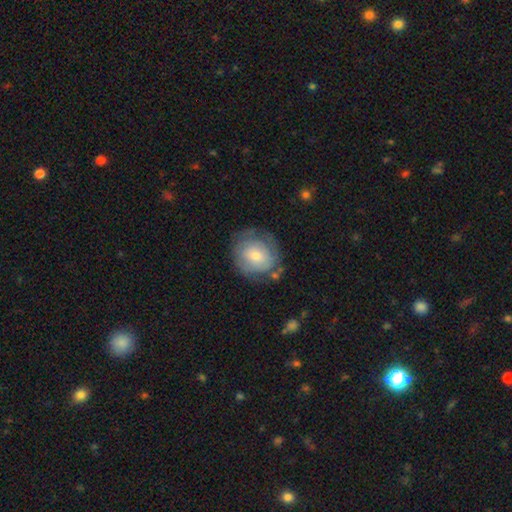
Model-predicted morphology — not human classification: Smooth or featured? smooth (52%)
How rounded? round (80%)
Merging? none (63%)